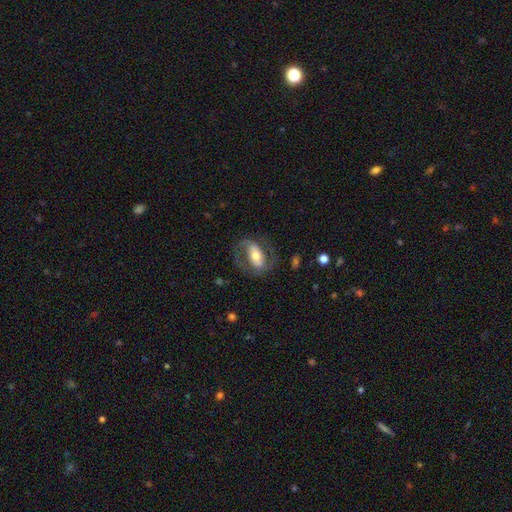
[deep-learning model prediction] This appears to be a featured or disk galaxy (64%) with a strong bar (46%), spiral arms (74%) and a moderate central bulge (58%). Merging: none (69%).